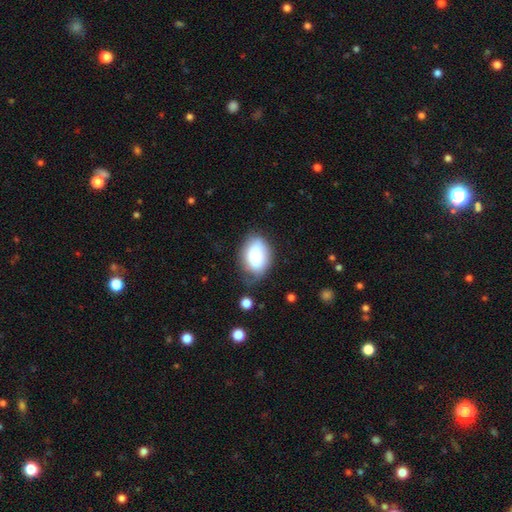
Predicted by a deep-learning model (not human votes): Smooth or featured? Predicted: smooth (p=0.78). How rounded? Predicted: in between (p=0.84). Merging? Predicted: none (p=0.53).